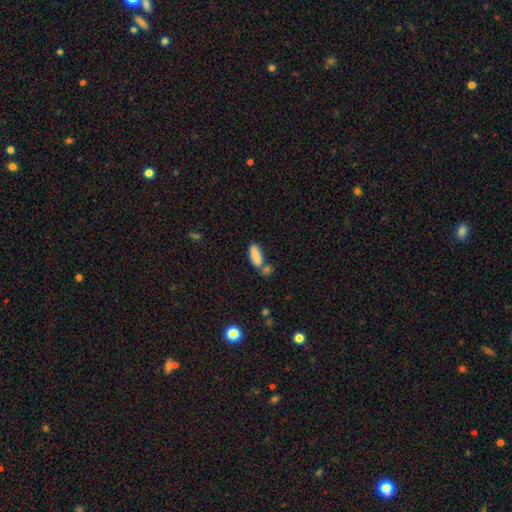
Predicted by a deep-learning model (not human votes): Q: Smooth or featured?
A: smooth (85%); runner-up: star or artifact (7%)
Q: How rounded?
A: in between (78%); runner-up: cigar-shaped (20%)
Q: Merging?
A: none (53%); runner-up: merger (28%)